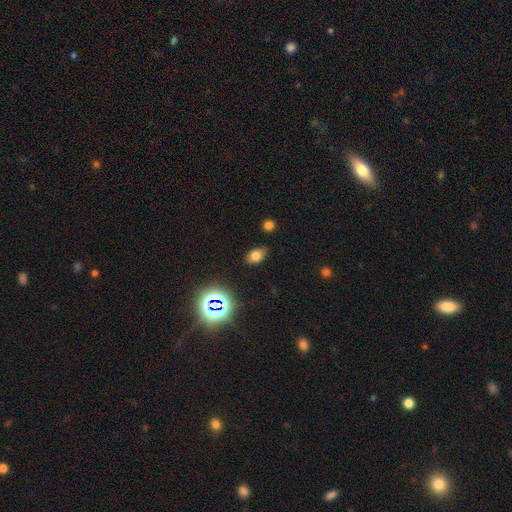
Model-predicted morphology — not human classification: smooth_or_featured: smooth (p=0.73) [alt: star or artifact p=0.18]
how_rounded: in between (p=0.80) [alt: round p=0.18]
merging: none (p=0.80) [alt: minor disturbance p=0.15]